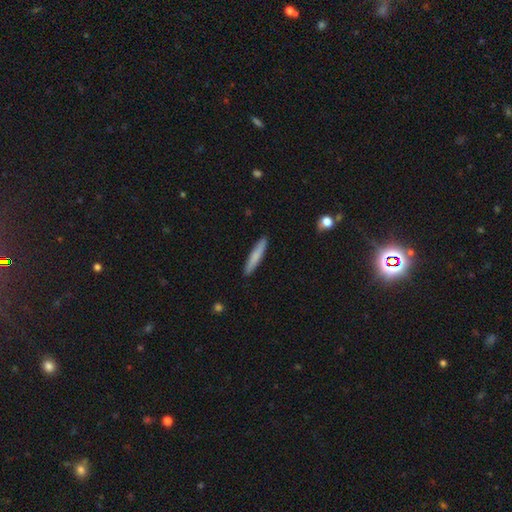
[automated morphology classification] Smooth or featured? smooth (75%)
How rounded? cigar-shaped (93%)
Merging? none (91%)